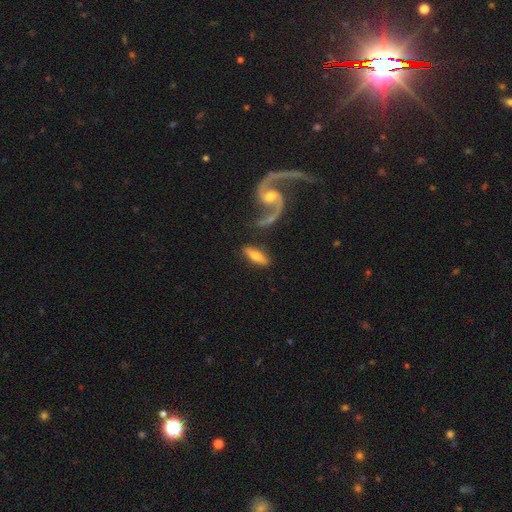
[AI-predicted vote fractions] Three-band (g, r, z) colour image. It shows a smooth galaxy with no disk features (50%) that is in between round and cigar-shaped (52%). Merging: none (70%).